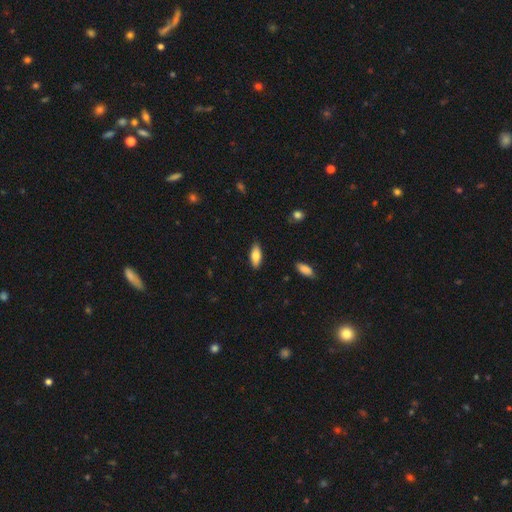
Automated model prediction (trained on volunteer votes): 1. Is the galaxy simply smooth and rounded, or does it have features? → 78% smooth, 16% featured or disk, 6% star or artifact.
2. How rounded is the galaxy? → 79% in between, 19% cigar-shaped, 2% round.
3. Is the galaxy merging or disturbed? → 88% none, 9% minor disturbance, 2% major disturbance, 1% merger.